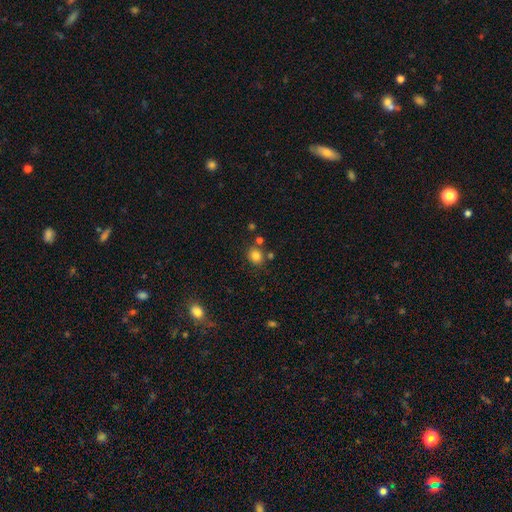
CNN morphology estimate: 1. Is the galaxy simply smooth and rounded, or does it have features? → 81% smooth, 13% star or artifact, 6% featured or disk.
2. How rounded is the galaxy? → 71% round, 28% in between, 1% cigar-shaped.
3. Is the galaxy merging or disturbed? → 76% none, 11% minor disturbance, 10% merger, 3% major disturbance.